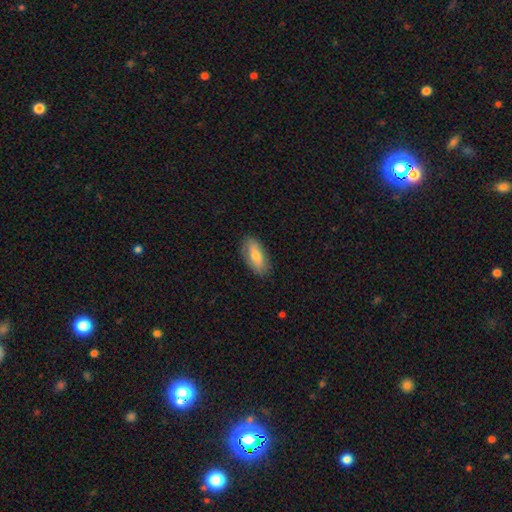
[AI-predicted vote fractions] A smooth galaxy with no disk features (67%) that is in between round and cigar-shaped (83%). Merging: none (86%).